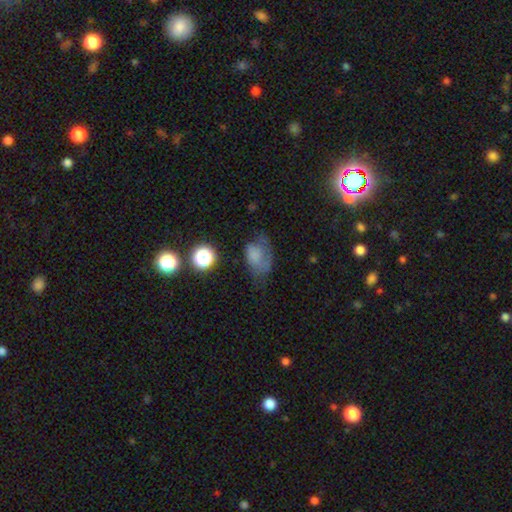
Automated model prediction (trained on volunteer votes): Smooth or featured?
  - smooth: 60% *
  - featured or disk: 26%
  - star or artifact: 14%
How rounded?
  - in between: 77% *
  - round: 21%
  - cigar-shaped: 1%
Merging?
  - none: 36% *
  - minor disturbance: 32%
  - major disturbance: 29%
  - merger: 3%